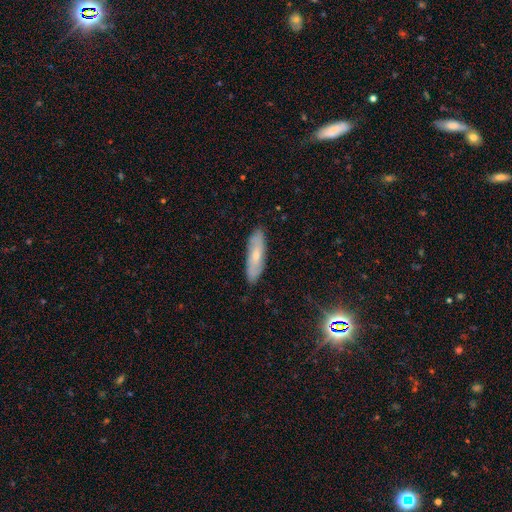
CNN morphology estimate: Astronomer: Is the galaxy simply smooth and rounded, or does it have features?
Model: smooth — 49% (runner-up: featured or disk, 43%).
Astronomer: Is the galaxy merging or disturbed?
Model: none — 87%.